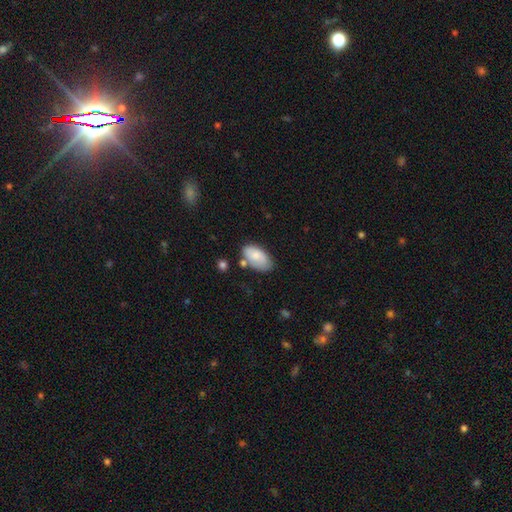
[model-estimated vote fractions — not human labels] Overall: smooth (79%). How rounded: in between (95%). Merging: none (63%; minor disturbance 23%).